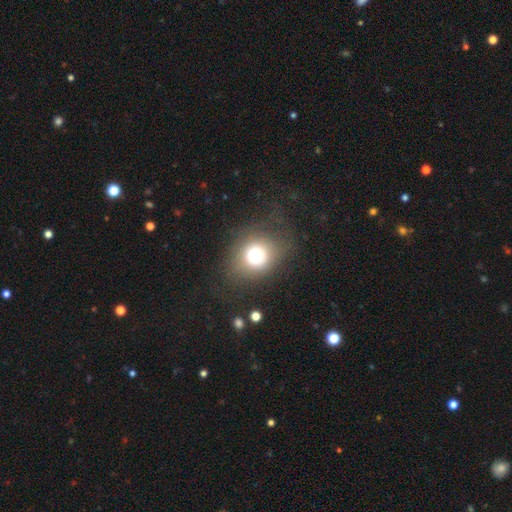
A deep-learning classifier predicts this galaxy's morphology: smooth_or_featured: smooth (p=0.72) [alt: featured or disk p=0.14]
how_rounded: round (p=0.67) [alt: in between p=0.32]
merging: none (p=0.68) [alt: minor disturbance p=0.17]